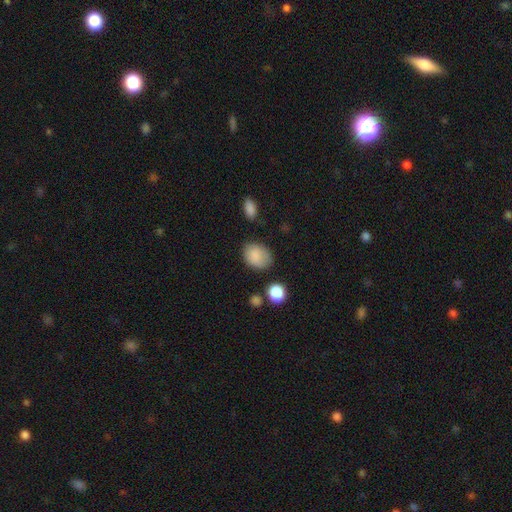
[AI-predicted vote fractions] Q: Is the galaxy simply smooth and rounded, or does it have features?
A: smooth — 86%.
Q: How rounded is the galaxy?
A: in between — 65%.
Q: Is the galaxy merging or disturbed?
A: none — 69%.